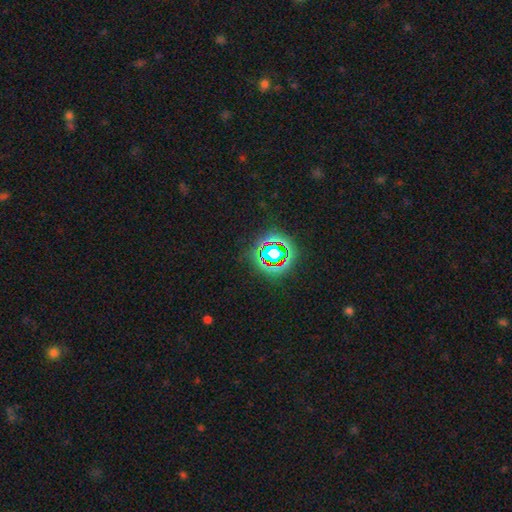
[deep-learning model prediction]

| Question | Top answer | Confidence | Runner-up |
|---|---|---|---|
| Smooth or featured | star or artifact | 75% | smooth (18%) |